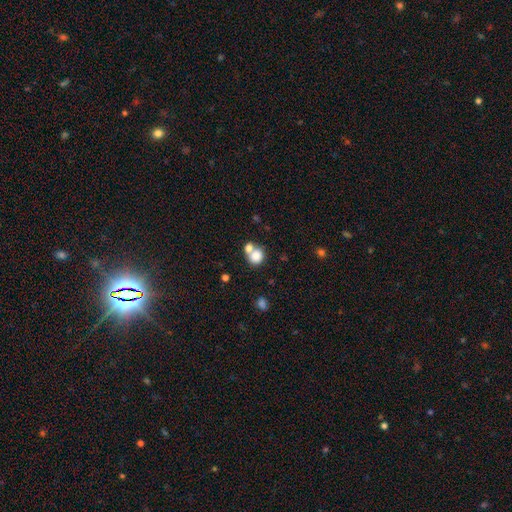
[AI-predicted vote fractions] Overall: smooth (80%). How rounded: round (71%). Merging: merger (50%; none 38%).